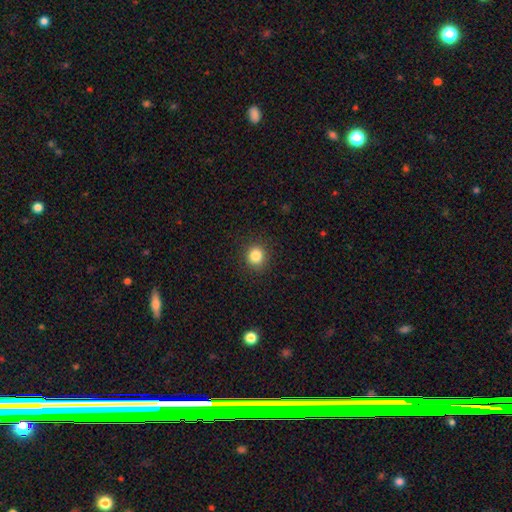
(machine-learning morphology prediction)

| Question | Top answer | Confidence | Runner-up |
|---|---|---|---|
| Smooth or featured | smooth | 85% | star or artifact (11%) |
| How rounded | round | 89% | in between (10%) |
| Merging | none | 91% | minor disturbance (6%) |